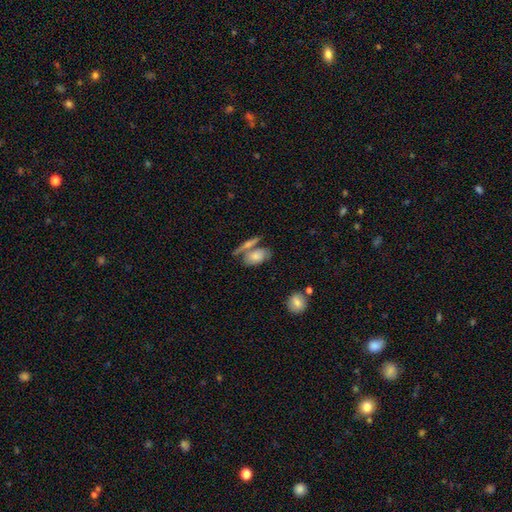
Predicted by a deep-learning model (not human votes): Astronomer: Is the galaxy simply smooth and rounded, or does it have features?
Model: smooth — 70%.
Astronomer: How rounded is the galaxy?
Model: in between — 84%.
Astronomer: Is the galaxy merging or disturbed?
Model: none — 44% (runner-up: merger, 34%).